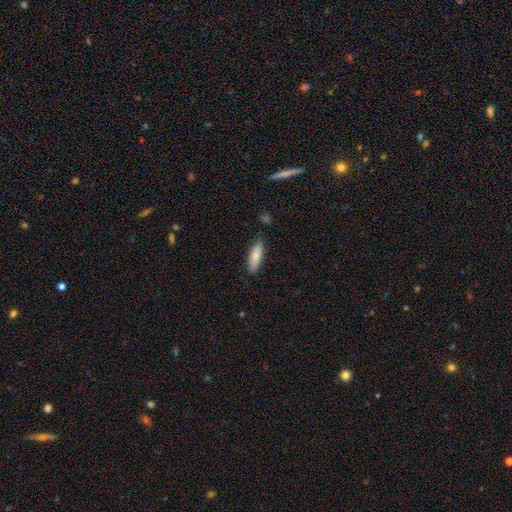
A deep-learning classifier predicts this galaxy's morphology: Smooth or featured: smooth — 82% (featured or disk — 12%)
How rounded: in between — 54% (cigar-shaped — 44%)
Merging: none — 84% (minor disturbance — 13%)